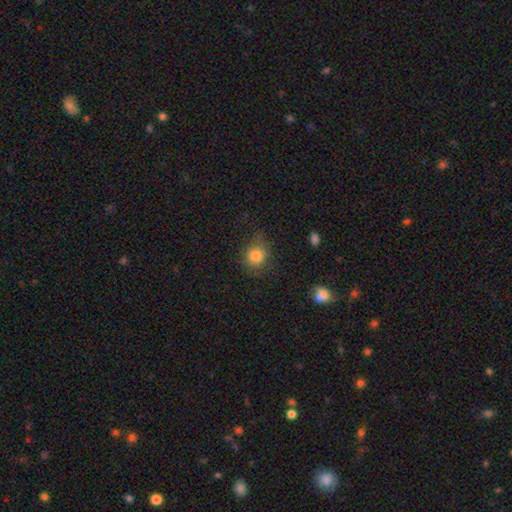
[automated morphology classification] Q: Smooth or featured?
A: smooth (81%); runner-up: star or artifact (11%)
Q: How rounded?
A: round (73%); runner-up: in between (25%)
Q: Merging?
A: none (65%); runner-up: minor disturbance (24%)